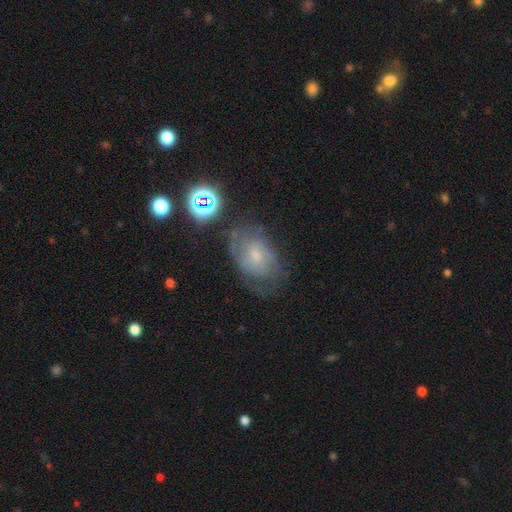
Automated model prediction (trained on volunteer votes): smooth_or_featured: featured or disk (p=0.58) [alt: smooth p=0.28]
disk_edge_on: no (p=0.96) [alt: yes p=0.04]
bar: no (p=0.62) [alt: weak p=0.34]
has_spiral_arms: yes (p=0.77) [alt: no p=0.23]
bulge_size: small (p=0.47) [alt: moderate p=0.38]
merging: none (p=0.54) [alt: minor disturbance p=0.26]